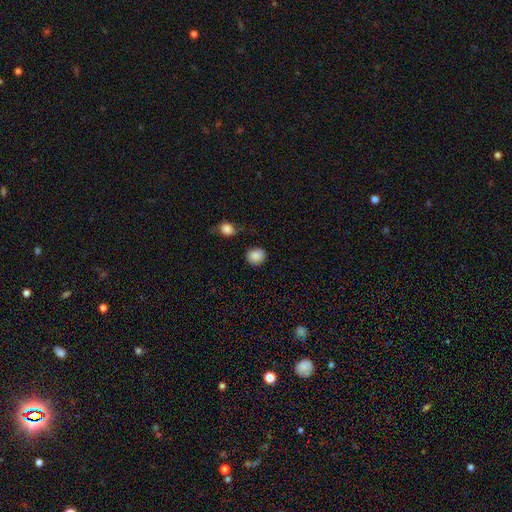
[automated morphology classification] smooth 87%, star or artifact 8%, featured or disk 4%. Down the decision tree: how rounded — round (81%); merging — none (80%).